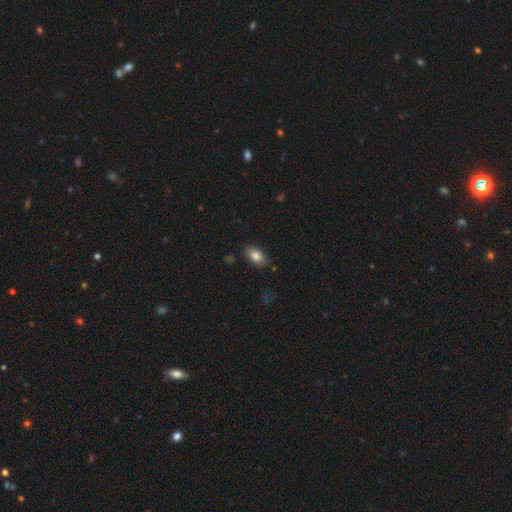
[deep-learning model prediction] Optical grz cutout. It shows a smooth galaxy with no disk features (83%) that is in between round and cigar-shaped (90%). Merging: none (84%).